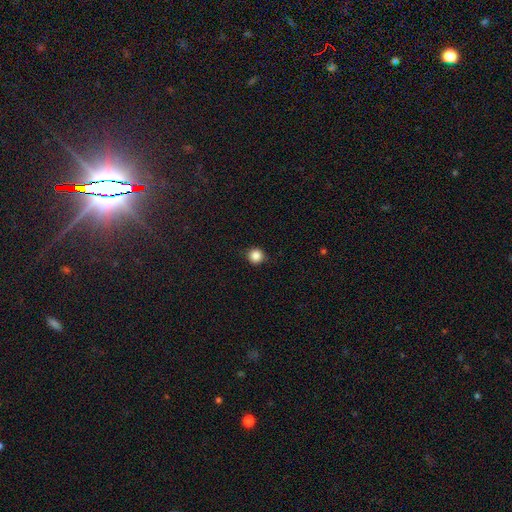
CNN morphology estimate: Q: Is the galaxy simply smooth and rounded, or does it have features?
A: smooth — 85%.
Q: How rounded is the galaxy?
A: round — 94%.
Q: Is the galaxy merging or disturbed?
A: none — 90%.